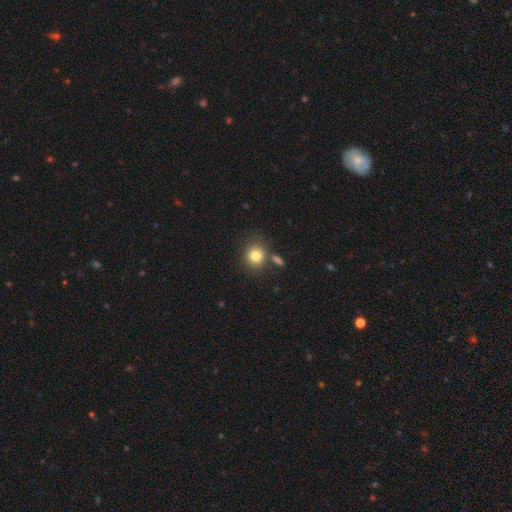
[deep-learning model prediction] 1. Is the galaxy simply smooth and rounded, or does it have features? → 82% smooth, 10% star or artifact, 8% featured or disk.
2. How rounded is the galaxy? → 81% round, 18% in between, 1% cigar-shaped.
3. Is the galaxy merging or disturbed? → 69% none, 13% merger, 13% minor disturbance, 4% major disturbance.